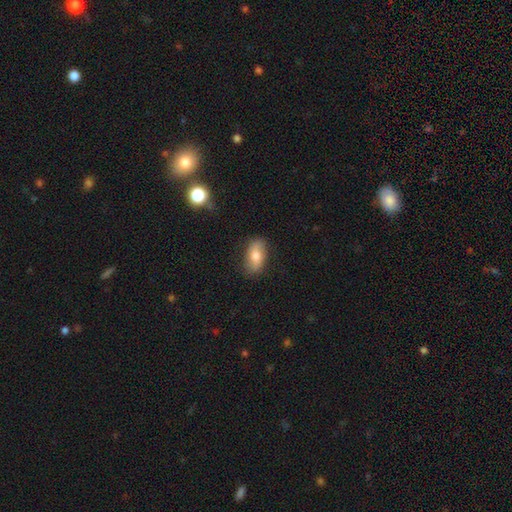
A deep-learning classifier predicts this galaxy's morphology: A smooth galaxy with no disk features (66%) that is in between round and cigar-shaped (89%).

Vote fractions:
- Smooth or featured? smooth: 66% / featured or disk: 27% / star or artifact: 8%
- How rounded? in between: 89% / round: 6% / cigar-shaped: 5%
- Merging? none: 82% / minor disturbance: 14% / major disturbance: 3% / merger: 1%